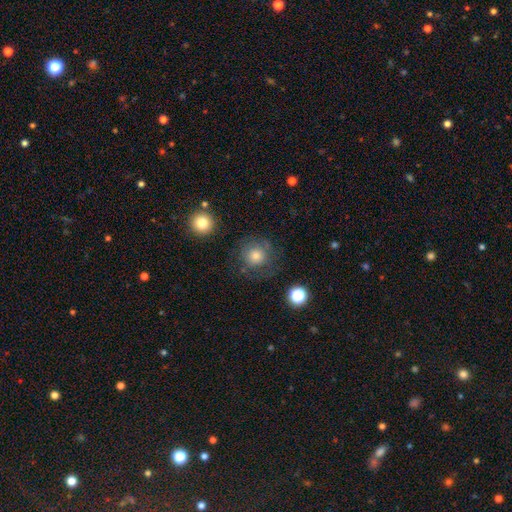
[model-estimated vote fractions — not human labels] Overall: smooth (68%). How rounded: round (93%). Merging: none (70%).